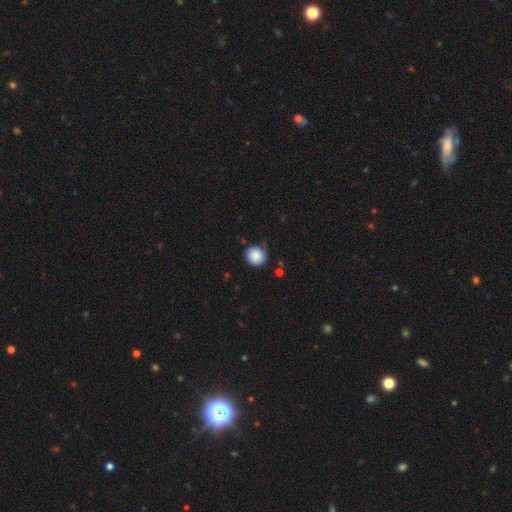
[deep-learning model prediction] Overall: smooth (88%). How rounded: round (93%). Merging: none (80%).